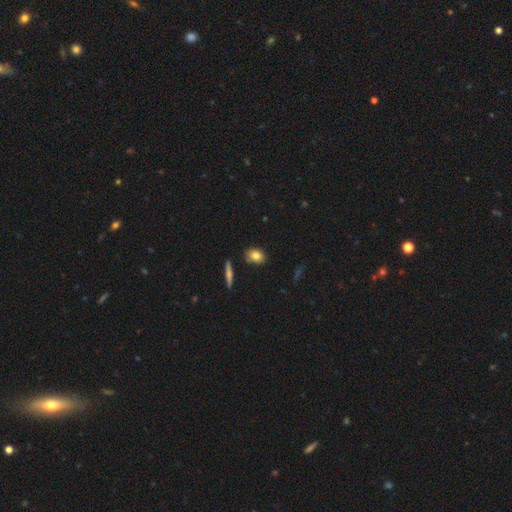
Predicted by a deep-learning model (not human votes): A smooth galaxy with no disk features (80%) that is in between round and cigar-shaped (73%).

Vote fractions:
- Smooth or featured? smooth: 80% / featured or disk: 12% / star or artifact: 8%
- How rounded? in between: 73% / round: 23% / cigar-shaped: 5%
- Merging? none: 83% / minor disturbance: 11% / merger: 4% / major disturbance: 2%